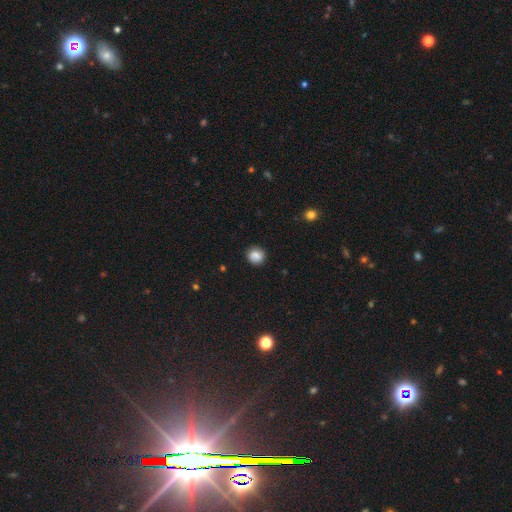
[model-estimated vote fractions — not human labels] Smooth or featured: smooth — 83% (star or artifact — 10%)
How rounded: round — 89% (in between — 10%)
Merging: none — 87% (minor disturbance — 10%)